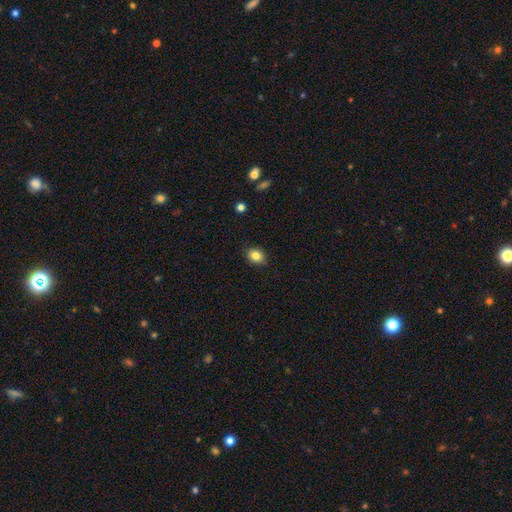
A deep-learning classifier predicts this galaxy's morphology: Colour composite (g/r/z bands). It shows a smooth galaxy with no disk features (83%) that is round (52%). Merging: none (87%).